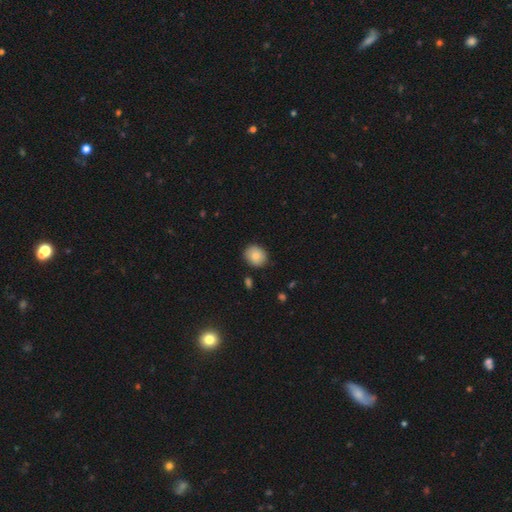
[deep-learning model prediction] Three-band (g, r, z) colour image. It shows a smooth galaxy with no disk features (82%) that is round (74%). Merging: none (85%).